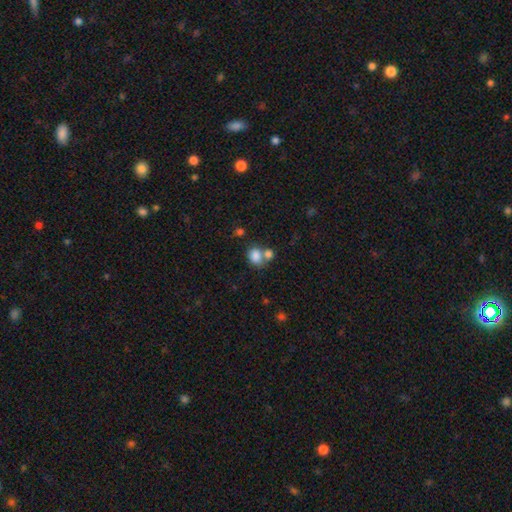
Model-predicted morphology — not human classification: Overall: smooth (82%). How rounded: round (54%; in between 45%). Merging: merger (43%; none 42%).